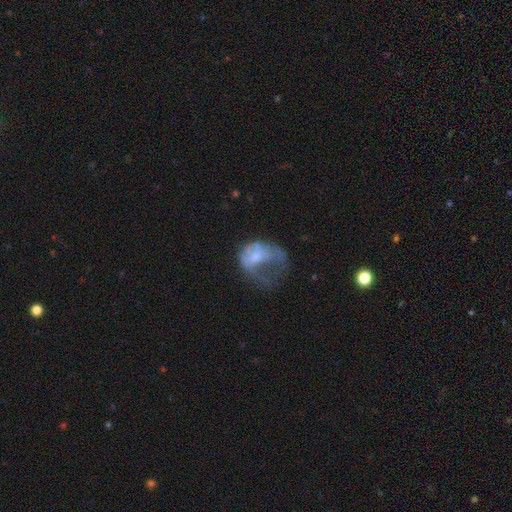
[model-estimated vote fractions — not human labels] A featured or disk galaxy (44%, tied with smooth).

Vote fractions:
- Smooth or featured? featured or disk: 44% (tied) / smooth: 44% (tied) / star or artifact: 11%
- Merging? major disturbance: 58% / none: 19% / minor disturbance: 18% / merger: 5%